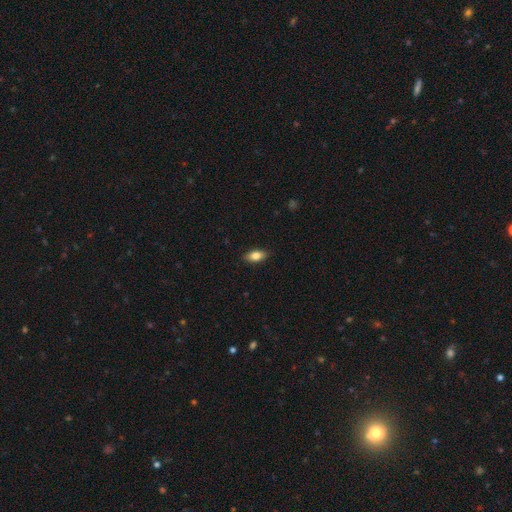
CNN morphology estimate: Smooth or featured? Predicted: smooth (p=0.82). How rounded? Predicted: in between (p=0.88). Merging? Predicted: none (p=0.88).